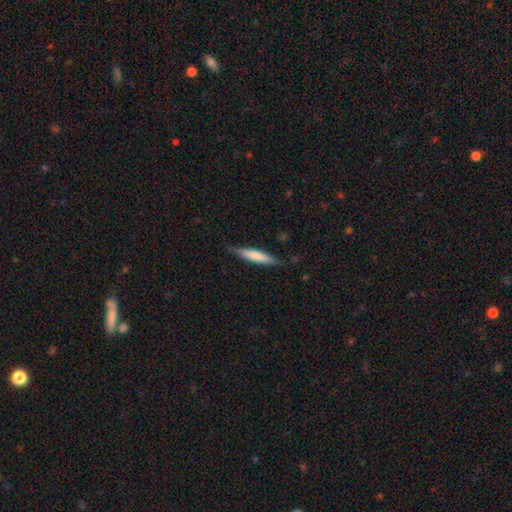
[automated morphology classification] Smooth or featured?
  - smooth: 68% *
  - featured or disk: 27%
  - star or artifact: 5%
How rounded?
  - cigar-shaped: 89% *
  - in between: 10%
  - round: 1%
Merging?
  - none: 83% *
  - minor disturbance: 14%
  - major disturbance: 2%
  - merger: 1%